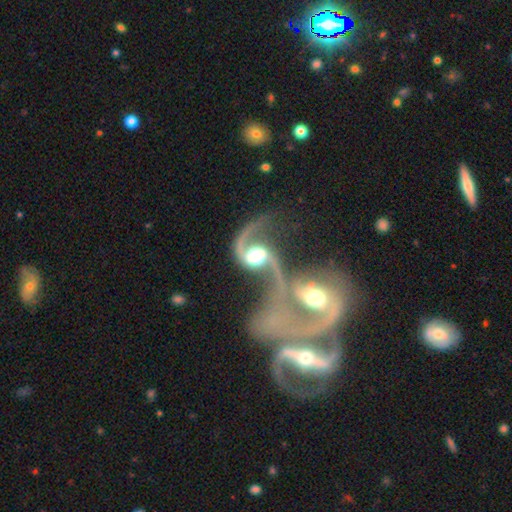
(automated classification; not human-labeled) Q: Smooth or featured?
A: featured or disk (89%); runner-up: smooth (6%)
Q: Edge-on disk?
A: no (97%); runner-up: yes (3%)
Q: Bar?
A: no (48%); runner-up: weak (33%)
Q: Spiral arms?
A: yes (97%); runner-up: no (3%)
Q: Spiral winding?
A: loose (61%); runner-up: medium (33%)
Q: Spiral arm count?
A: 2 (92%); runner-up: 1 (3%)
Q: Bulge size?
A: moderate (45%); runner-up: large (41%)
Q: Merging?
A: merger (49%); runner-up: none (30%)